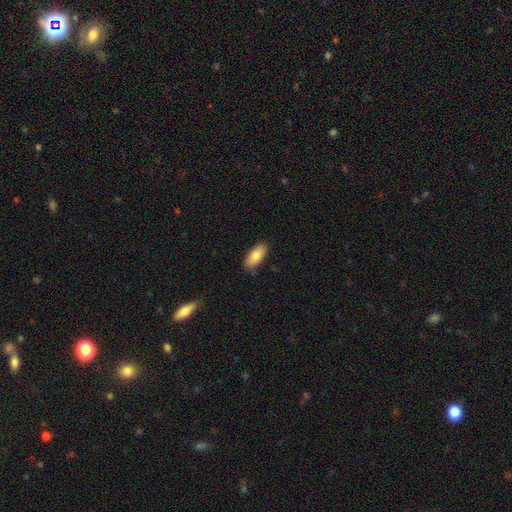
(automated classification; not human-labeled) Overall: smooth (83%). How rounded: in between (87%). Merging: none (84%).